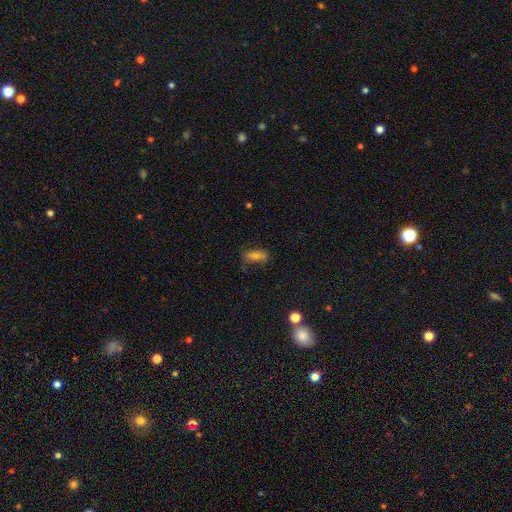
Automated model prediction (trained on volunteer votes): The model was most divided on "merging": none: 61%, minor disturbance: 25%, major disturbance: 10%, merger: 4%. More confident: how rounded — in between (68%); smooth or featured — smooth (63%).